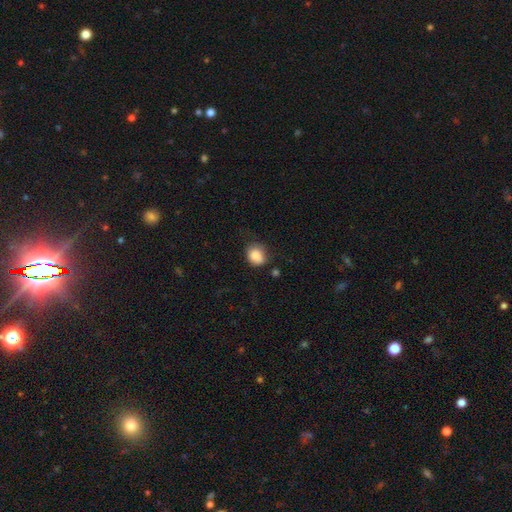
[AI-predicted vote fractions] Smooth or featured? smooth (84%)
How rounded? round (66%)
Merging? none (64%)